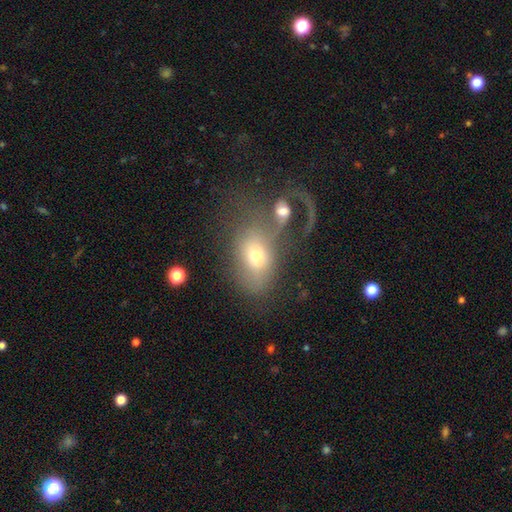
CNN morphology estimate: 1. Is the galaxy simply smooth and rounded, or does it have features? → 56% smooth, 34% featured or disk, 10% star or artifact.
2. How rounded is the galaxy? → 77% in between, 21% round, 2% cigar-shaped.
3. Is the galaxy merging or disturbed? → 43% merger, 25% none, 22% major disturbance, 10% minor disturbance.